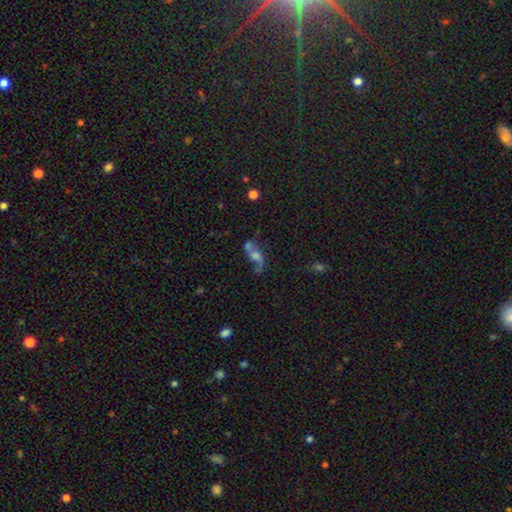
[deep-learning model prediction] A featured or disk galaxy (55%). Merging: merger (35%).